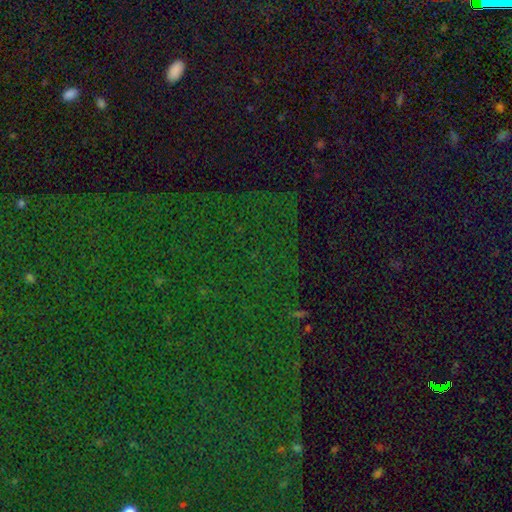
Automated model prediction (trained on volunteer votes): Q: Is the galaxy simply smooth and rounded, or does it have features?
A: star or artifact — 85%.